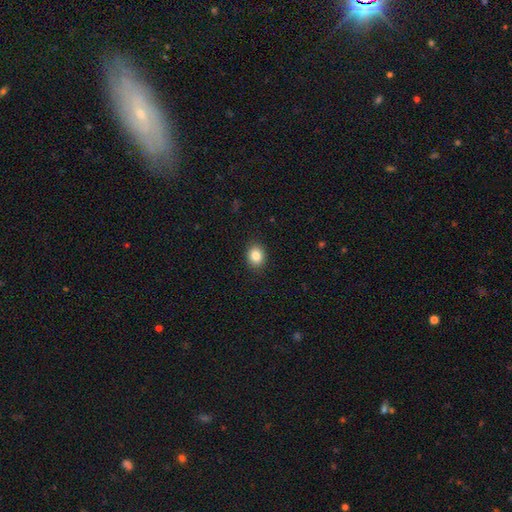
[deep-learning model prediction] smooth 85%, star or artifact 10%, featured or disk 5%. Down the decision tree: how rounded — round (53%); merging — none (90%).